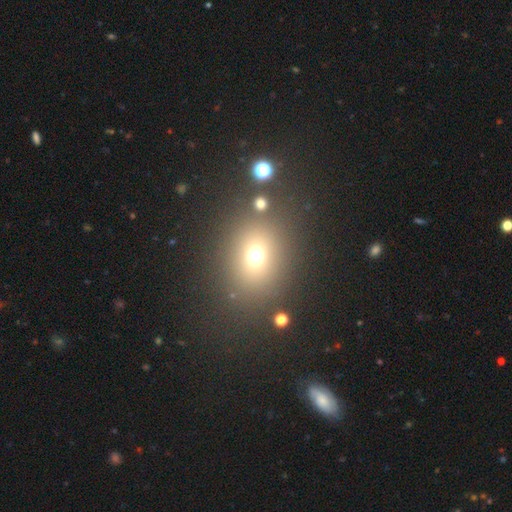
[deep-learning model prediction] Morphology: type=smooth (68%); roundness=round (64%); merging=none (78%).